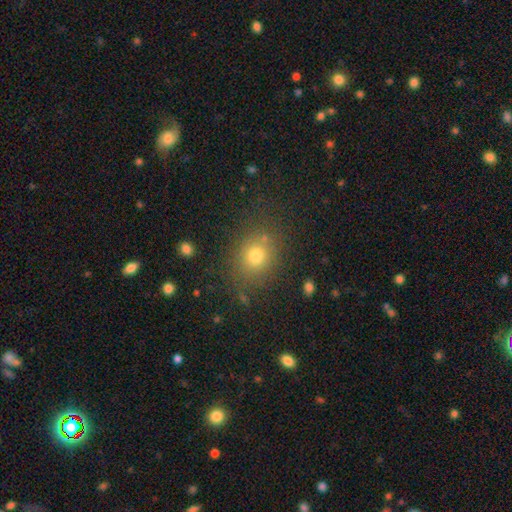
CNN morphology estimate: This is likely a smooth galaxy (75%). How rounded: likely round (66%). Merging: likely none (78%).